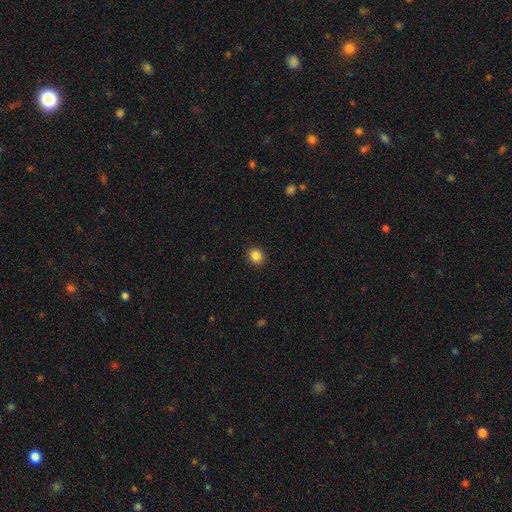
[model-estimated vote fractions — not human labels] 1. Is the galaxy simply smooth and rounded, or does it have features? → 86% smooth, 10% star or artifact, 4% featured or disk.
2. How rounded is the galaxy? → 74% round, 25% in between, 1% cigar-shaped.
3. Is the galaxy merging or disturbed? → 91% none, 6% minor disturbance, 2% major disturbance, 1% merger.